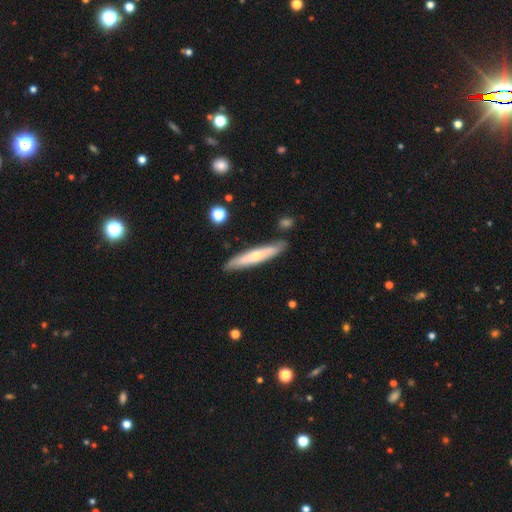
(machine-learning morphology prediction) This is possibly a smooth galaxy (50%). Merging: clearly none (83%).